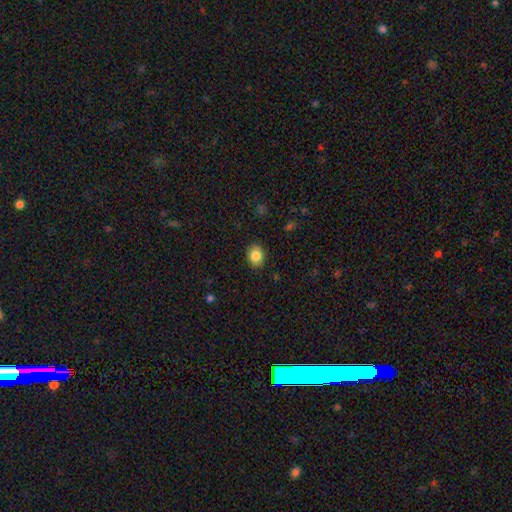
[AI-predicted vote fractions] Smooth or featured?
  - smooth: 85% *
  - star or artifact: 9%
  - featured or disk: 6%
How rounded?
  - round: 52% *
  - in between: 48%
  - cigar-shaped: 1%
Merging?
  - none: 90% *
  - minor disturbance: 7%
  - major disturbance: 2%
  - merger: 1%